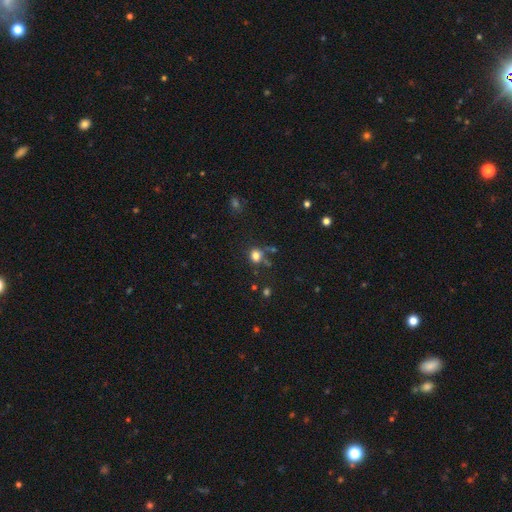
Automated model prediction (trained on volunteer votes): Smooth or featured: smooth — 79% (star or artifact — 15%)
How rounded: round — 75% (in between — 24%)
Merging: none — 67% (minor disturbance — 16%)